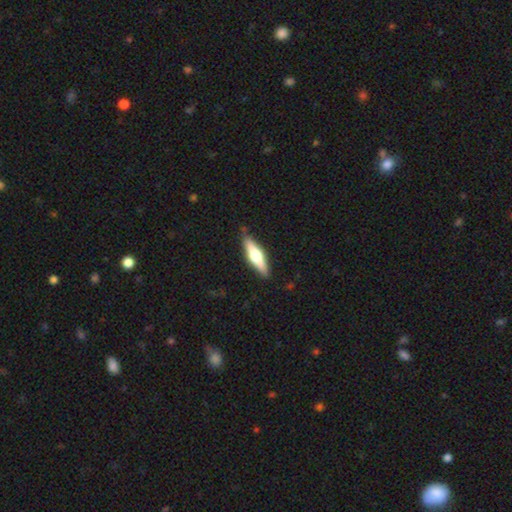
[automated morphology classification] Smooth or featured? featured or disk (54%)
Edge-on disk? yes (95%)
Edge-on bulge? rounded (91%)
Merging? none (87%)